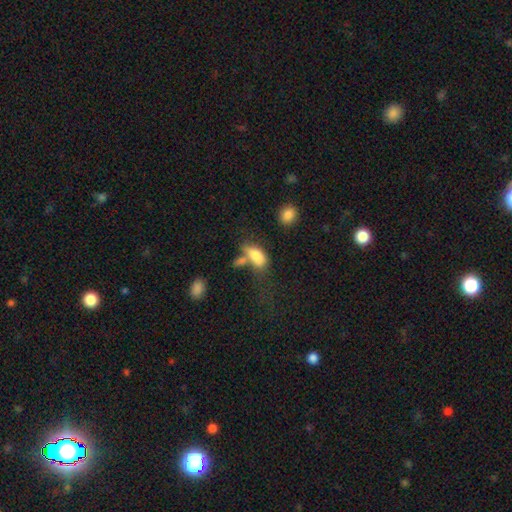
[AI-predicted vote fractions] Smooth or featured: smooth — 77% (featured or disk — 14%)
How rounded: in between — 87% (cigar-shaped — 9%)
Merging: merger — 37% (none — 30%)